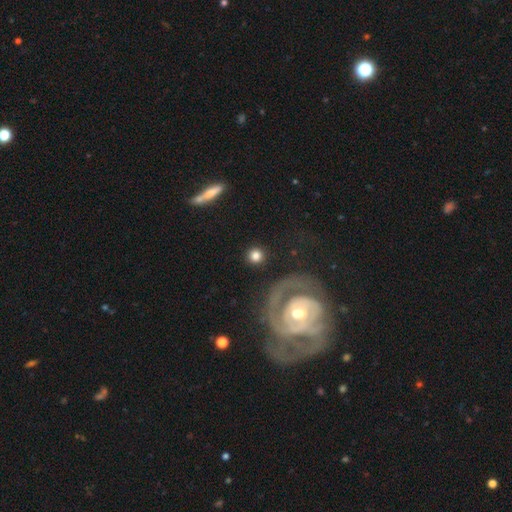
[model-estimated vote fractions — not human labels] Smooth or featured?
  - smooth: 78% *
  - featured or disk: 13%
  - star or artifact: 9%
How rounded?
  - round: 93% *
  - in between: 6%
  - cigar-shaped: 1%
Merging?
  - none: 87% *
  - minor disturbance: 6%
  - major disturbance: 3%
  - merger: 3%